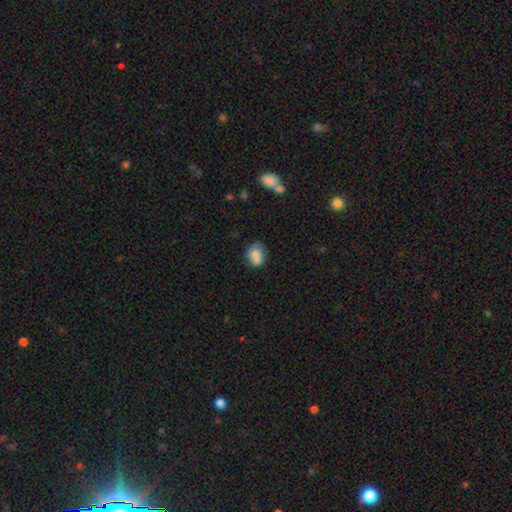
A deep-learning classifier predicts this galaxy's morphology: smooth_or_featured: smooth (p=0.72) [alt: featured or disk p=0.19]
how_rounded: round (p=0.56) [alt: in between p=0.43]
merging: merger (p=0.43) [alt: none p=0.37]